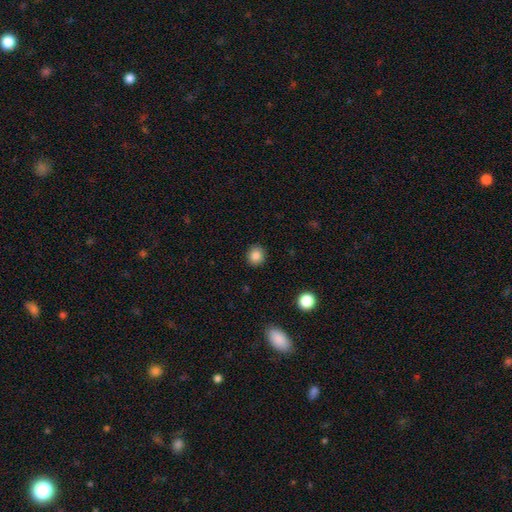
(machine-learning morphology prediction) type=smooth (84%); roundness=round (88%); merging=none (91%).